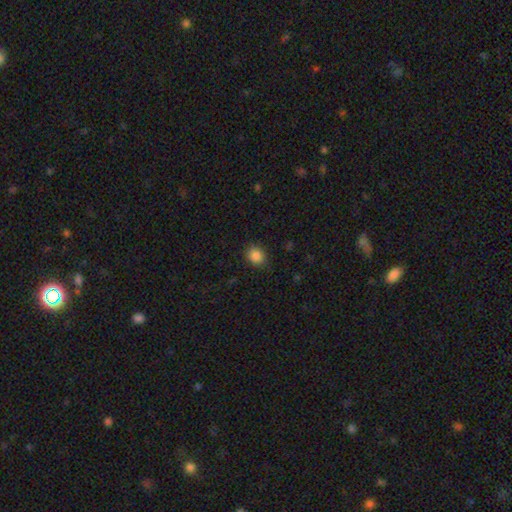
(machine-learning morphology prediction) Smooth or featured?
  - smooth: 86% *
  - star or artifact: 10%
  - featured or disk: 4%
How rounded?
  - round: 66% *
  - in between: 33%
  - cigar-shaped: 1%
Merging?
  - none: 85% *
  - minor disturbance: 11%
  - major disturbance: 3%
  - merger: 1%